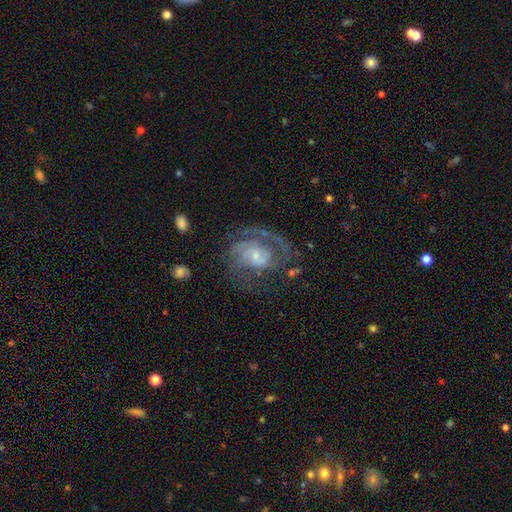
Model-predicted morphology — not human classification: type=featured or disk (83%); edge-on=no (98%); bar=no (59%); spiral arms=yes (92%); winding=tight (43%); arm count=2 (49%); bulge=small (61%); merging=none (59%).